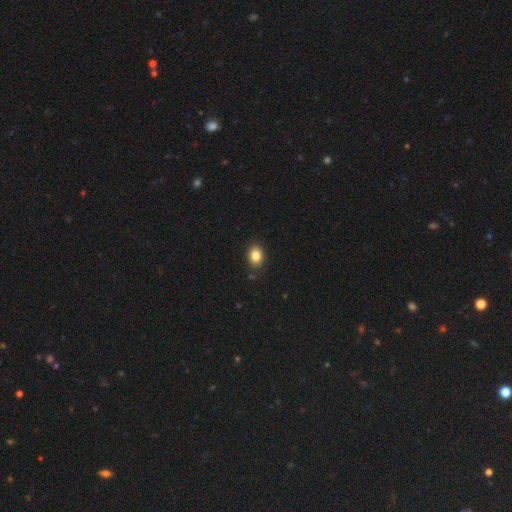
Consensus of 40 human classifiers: Volunteers were most divided on "how rounded": in between: 71%, round: 29%, cigar-shaped: 0%. More confident: smooth or featured — smooth (88%); merging — none (86%).